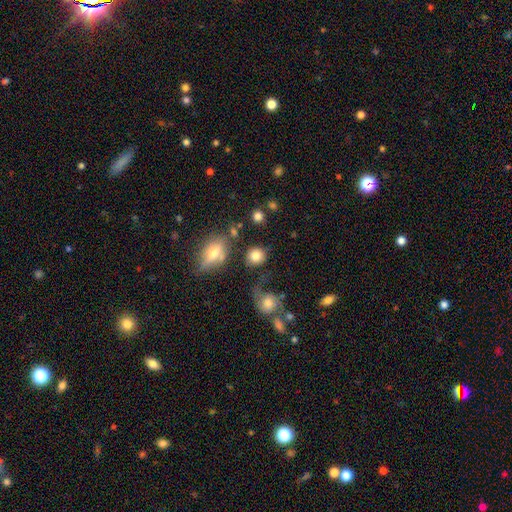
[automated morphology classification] A smooth galaxy with no disk features (80%) that is round (84%).

Vote fractions:
- Smooth or featured? smooth: 80% / featured or disk: 11% / star or artifact: 9%
- How rounded? round: 84% / in between: 15% / cigar-shaped: 1%
- Merging? none: 66% / minor disturbance: 14% / merger: 11% / major disturbance: 9%